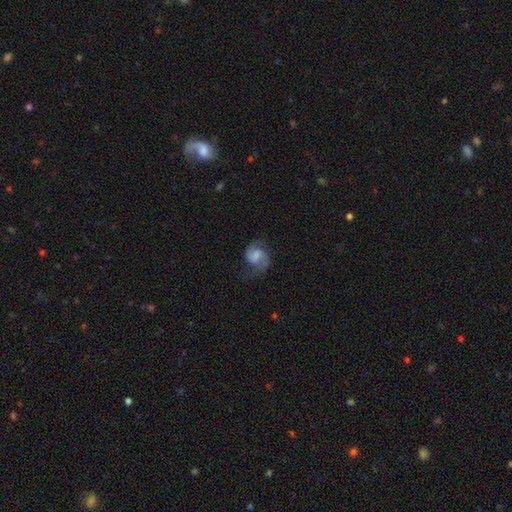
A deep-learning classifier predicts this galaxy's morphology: Smooth or featured? featured or disk (70%)
Edge-on disk? no (98%)
Bar? weak (54%)
Spiral arms? yes (93%)
Spiral winding? medium (49%)
Spiral arm count? 2 (83%)
Bulge size? moderate (35%)
Merging? none (57%)